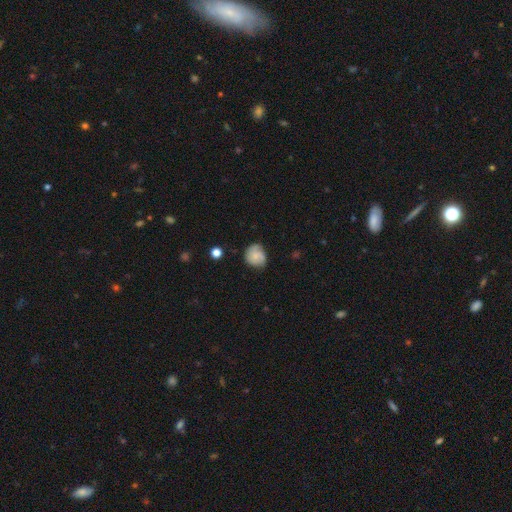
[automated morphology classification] smooth 64%, featured or disk 28%, star or artifact 8%. Down the decision tree: how rounded — round (76%); merging — none (62%).